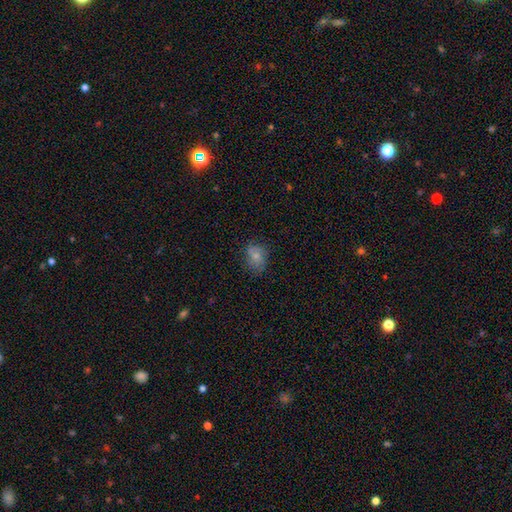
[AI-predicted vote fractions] Smooth or featured: smooth — 72% (featured or disk — 18%)
How rounded: in between — 63% (round — 36%)
Merging: none — 66% (minor disturbance — 25%)